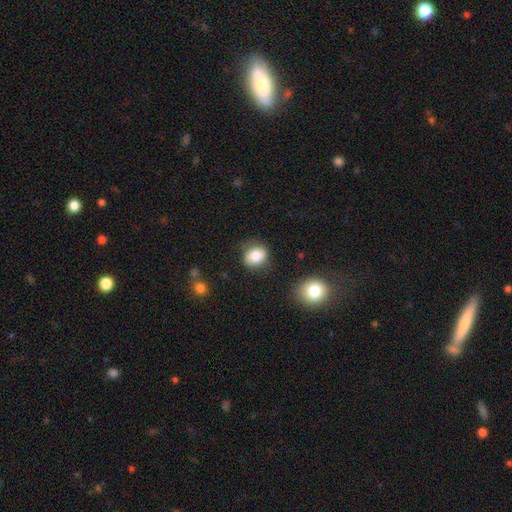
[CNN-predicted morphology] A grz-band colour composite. It shows a smooth galaxy with no disk features (82%) that is round (58%). Merging: none (69%).